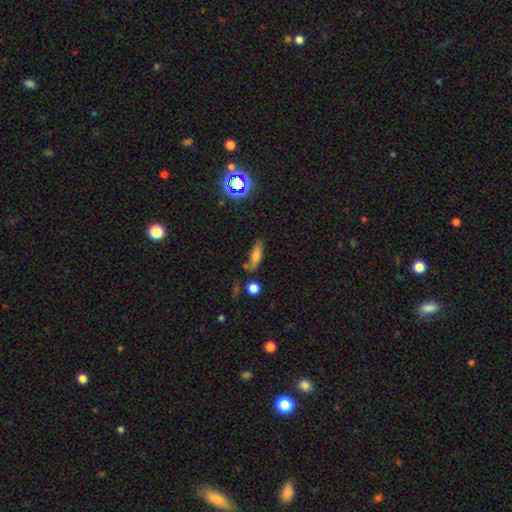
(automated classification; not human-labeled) A smooth galaxy with no disk features (67%) that is in between round and cigar-shaped (51%).

Vote fractions:
- Smooth or featured? smooth: 67% / featured or disk: 21% / star or artifact: 12%
- How rounded? in between: 51% / cigar-shaped: 45% / round: 4%
- Merging? none: 69% / minor disturbance: 19% / merger: 7% / major disturbance: 5%